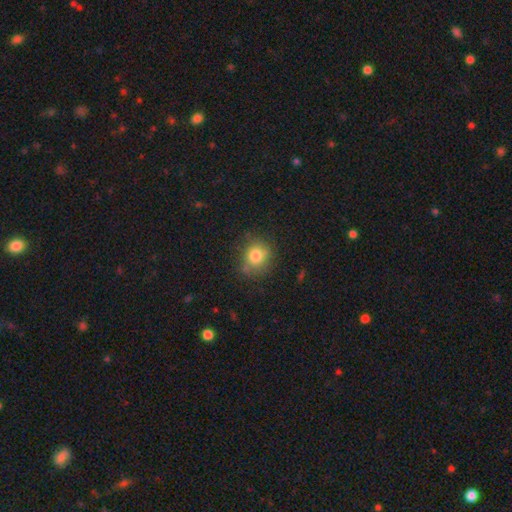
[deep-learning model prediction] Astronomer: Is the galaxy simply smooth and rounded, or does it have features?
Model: smooth — 80%.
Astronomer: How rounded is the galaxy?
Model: round — 76%.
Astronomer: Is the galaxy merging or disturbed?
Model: none — 73%.